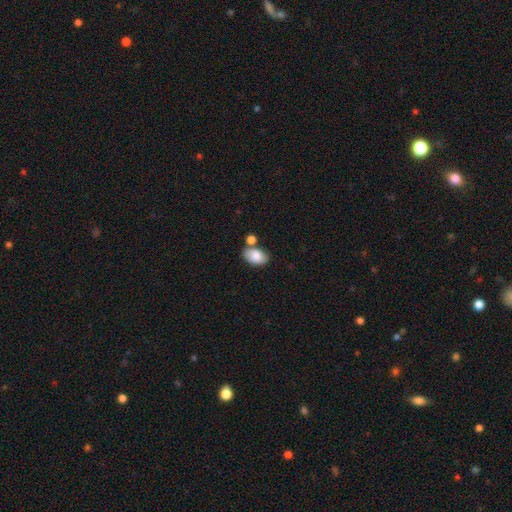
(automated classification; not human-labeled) Q: Smooth or featured?
A: smooth (83%); runner-up: featured or disk (10%)
Q: How rounded?
A: in between (90%); runner-up: round (9%)
Q: Merging?
A: none (60%); runner-up: merger (20%)